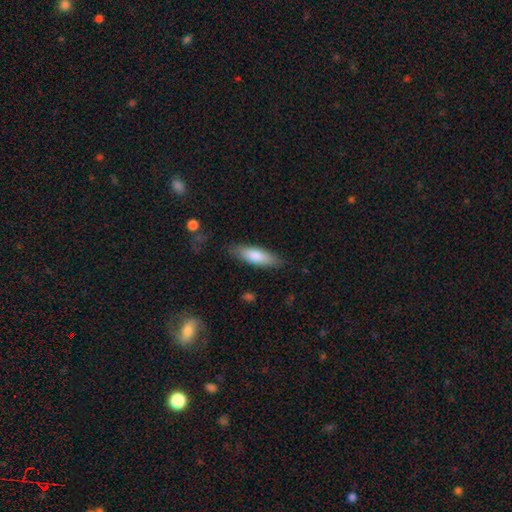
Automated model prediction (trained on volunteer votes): A smooth galaxy with no disk features (82%) that is in between round and cigar-shaped (52%).

Vote fractions:
- Smooth or featured? smooth: 82% / featured or disk: 13% / star or artifact: 5%
- How rounded? in between: 52% / cigar-shaped: 46% / round: 2%
- Merging? none: 82% / minor disturbance: 13% / major disturbance: 3% / merger: 1%